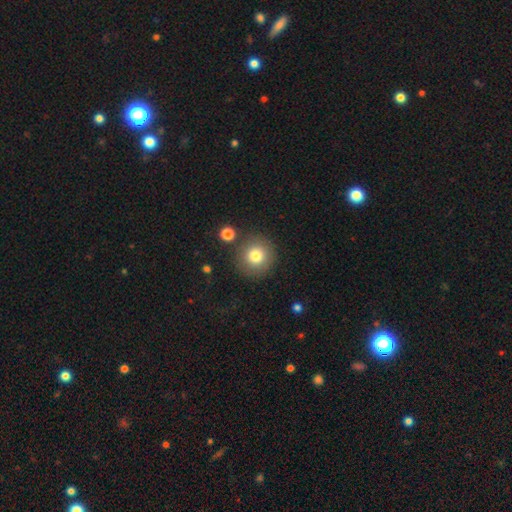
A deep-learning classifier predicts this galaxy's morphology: Smooth or featured: smooth — 78% (star or artifact — 11%)
How rounded: round — 94% (in between — 5%)
Merging: none — 84% (minor disturbance — 8%)